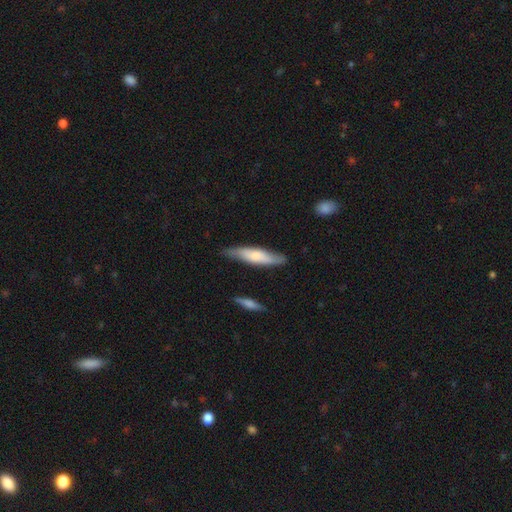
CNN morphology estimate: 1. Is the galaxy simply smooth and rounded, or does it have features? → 59% smooth, 35% featured or disk, 6% star or artifact.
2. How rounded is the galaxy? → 79% cigar-shaped, 20% in between, 2% round.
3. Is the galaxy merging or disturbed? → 80% none, 15% minor disturbance, 3% major disturbance, 2% merger.